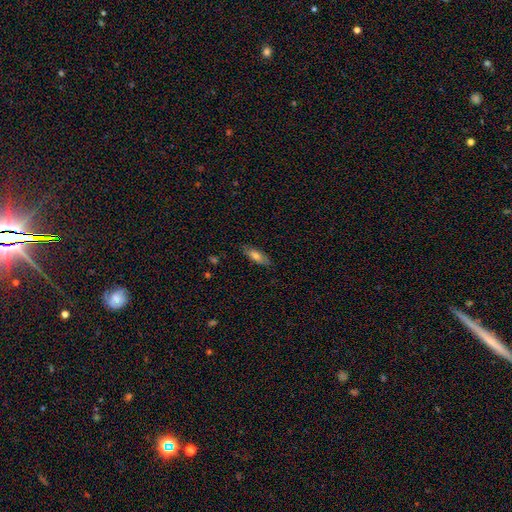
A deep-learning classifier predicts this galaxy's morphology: Q: Smooth or featured?
A: smooth (73%); runner-up: featured or disk (19%)
Q: How rounded?
A: in between (62%); runner-up: cigar-shaped (36%)
Q: Merging?
A: none (83%); runner-up: minor disturbance (13%)